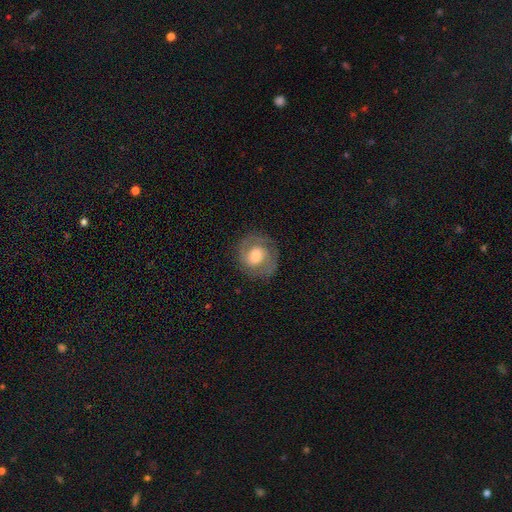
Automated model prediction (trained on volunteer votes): featured or disk 65%, smooth 28%, star or artifact 7%. Down the decision tree: edge-on disk — no (97%); bar — no (52%); spiral arms — yes (85%); spiral arm count — 2 (79%); spiral winding — medium (44%); bulge size — moderate (55%); merging — none (79%).